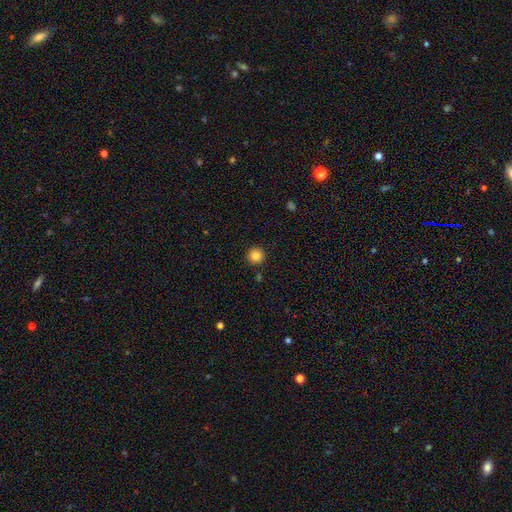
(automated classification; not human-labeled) The model was most divided on "smooth or featured": smooth: 84%, star or artifact: 11%, featured or disk: 5%. More confident: how rounded — round (96%); merging — none (91%).